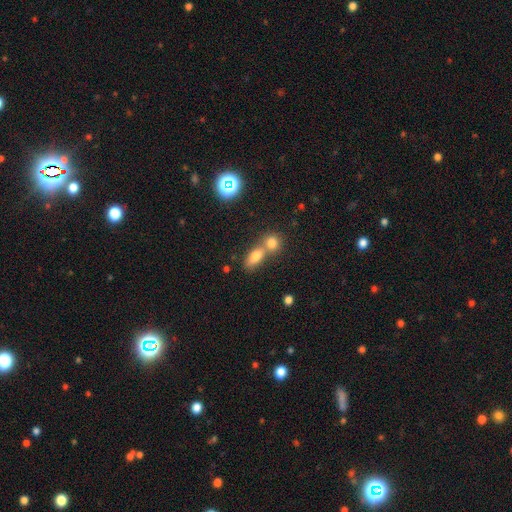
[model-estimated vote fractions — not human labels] smooth-or-featured: smooth: 75% | featured or disk: 13% | star or artifact: 12%
  how-rounded: in between: 70% | round: 17% | cigar-shaped: 12%
  merging: merger: 53% | none: 35% | minor disturbance: 8% | major disturbance: 4%